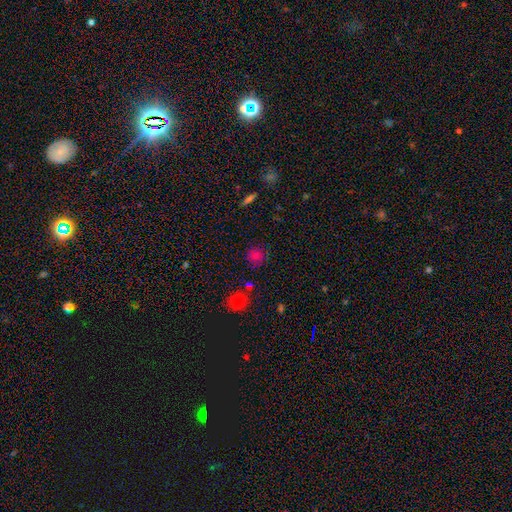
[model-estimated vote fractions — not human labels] smooth_or_featured: smooth (p=0.77) [alt: star or artifact p=0.17]
how_rounded: round (p=0.90) [alt: in between p=0.09]
merging: none (p=0.82) [alt: minor disturbance p=0.11]